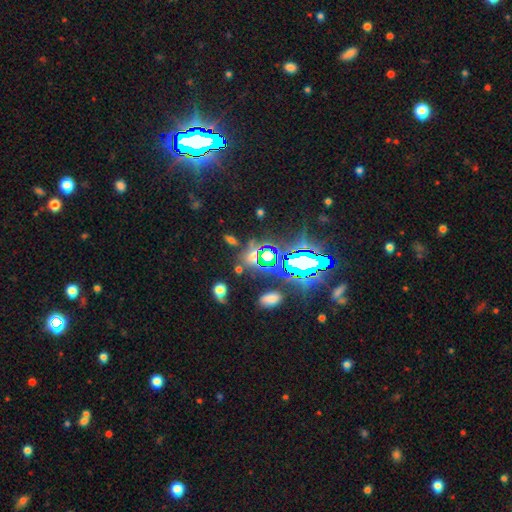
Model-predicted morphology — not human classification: smooth-or-featured: star or artifact: 62% | smooth: 26% | featured or disk: 12%